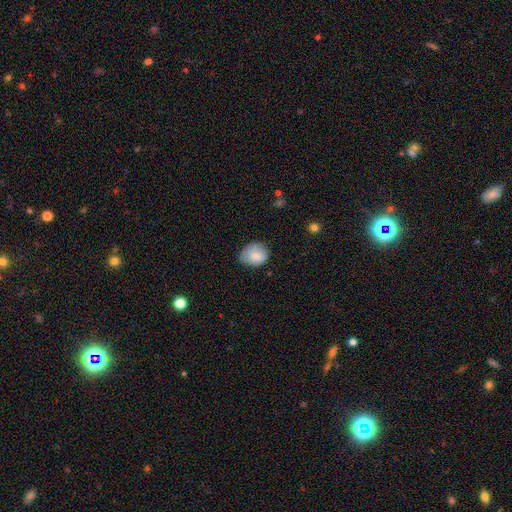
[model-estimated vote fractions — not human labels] Smooth or featured?
  - smooth: 79% *
  - featured or disk: 14%
  - star or artifact: 8%
How rounded?
  - round: 51% *
  - in between: 48%
  - cigar-shaped: 1%
Merging?
  - none: 59% *
  - minor disturbance: 31%
  - major disturbance: 8%
  - merger: 2%